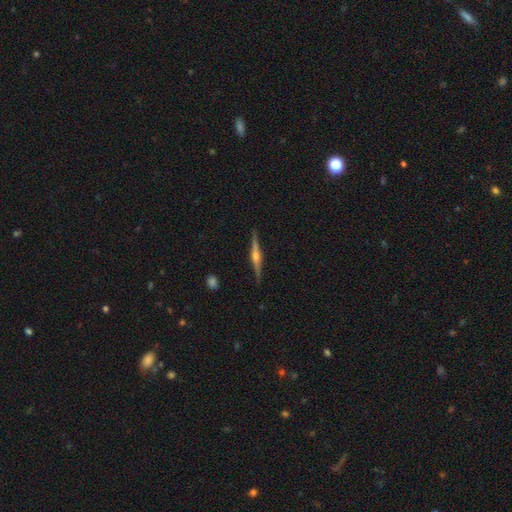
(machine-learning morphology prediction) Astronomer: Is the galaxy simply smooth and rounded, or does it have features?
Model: featured or disk — 82%.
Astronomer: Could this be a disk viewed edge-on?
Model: yes — 98%.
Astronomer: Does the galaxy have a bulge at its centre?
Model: rounded — 90%.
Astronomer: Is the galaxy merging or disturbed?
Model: none — 91%.